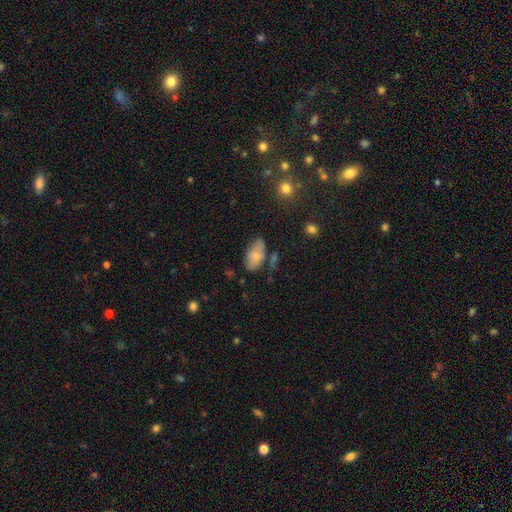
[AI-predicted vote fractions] Q: Smooth or featured?
A: smooth (71%); runner-up: featured or disk (22%)
Q: How rounded?
A: in between (92%); runner-up: round (5%)
Q: Merging?
A: none (63%); runner-up: minor disturbance (23%)